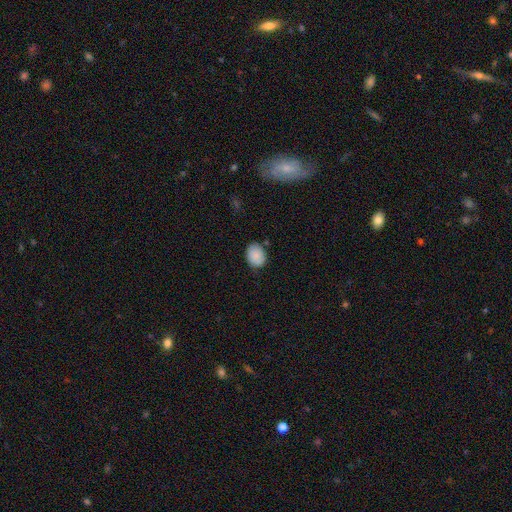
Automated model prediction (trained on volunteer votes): smooth-or-featured: smooth: 87% | star or artifact: 8% | featured or disk: 5%
  how-rounded: in between: 55% | round: 44% | cigar-shaped: 1%
  merging: none: 77% | minor disturbance: 17% | major disturbance: 3% | merger: 3%